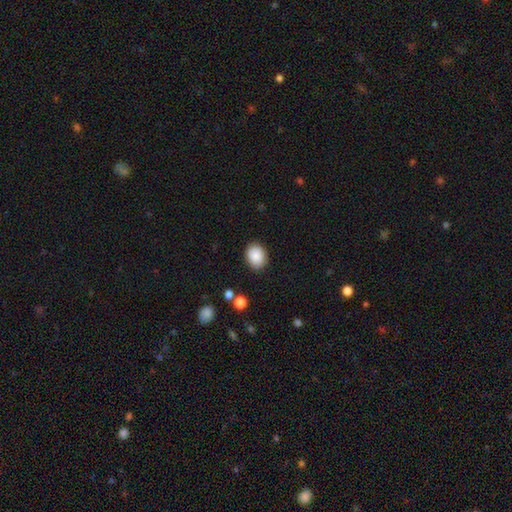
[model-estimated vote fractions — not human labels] smooth_or_featured: smooth (p=0.89) [alt: star or artifact p=0.07]
how_rounded: in between (p=0.58) [alt: round p=0.41]
merging: none (p=0.88) [alt: minor disturbance p=0.09]